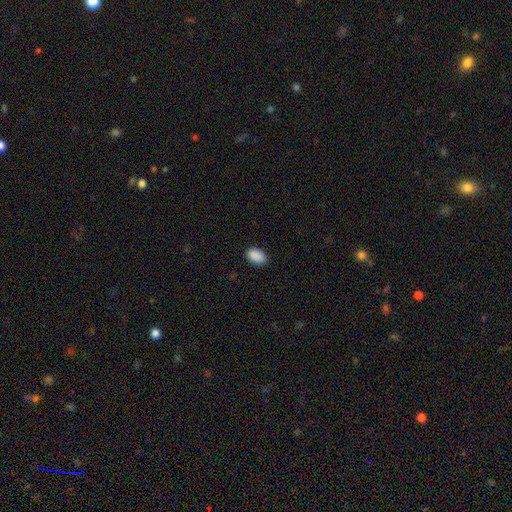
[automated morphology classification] smooth_or_featured: smooth (p=0.90) [alt: star or artifact p=0.07]
how_rounded: in between (p=0.92) [alt: round p=0.06]
merging: none (p=0.87) [alt: minor disturbance p=0.09]